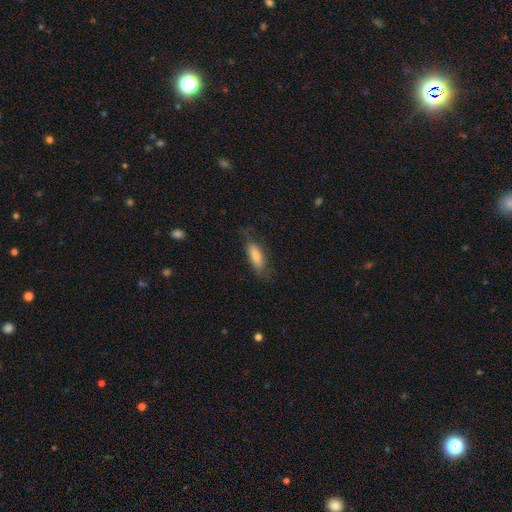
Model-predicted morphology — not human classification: smooth_or_featured: smooth (p=0.69) [alt: featured or disk p=0.22]
how_rounded: in between (p=0.54) [alt: cigar-shaped p=0.44]
merging: none (p=0.69) [alt: minor disturbance p=0.21]